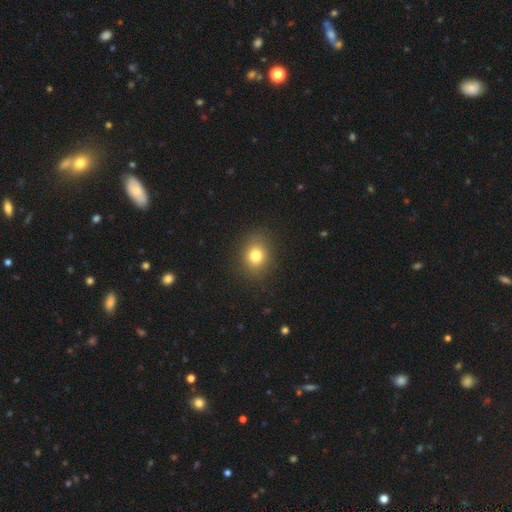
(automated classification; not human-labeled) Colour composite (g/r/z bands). It shows a smooth galaxy with no disk features (78%) that is round (60%). Merging: none (87%).